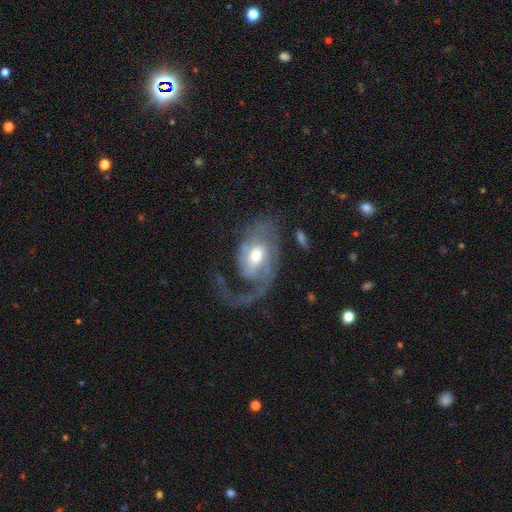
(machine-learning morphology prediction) This is clearly a featured or disk galaxy (84%). It is clearly not viewed edge-on (96%). Bar: possibly no (49%). Spiral arm pattern: clearly yes (94%). Spiral arm count: possibly 1 (51%). Spiral winding: marginally medium (41%). Central bulge: likely moderate (68%). Merging: marginally none (42%).